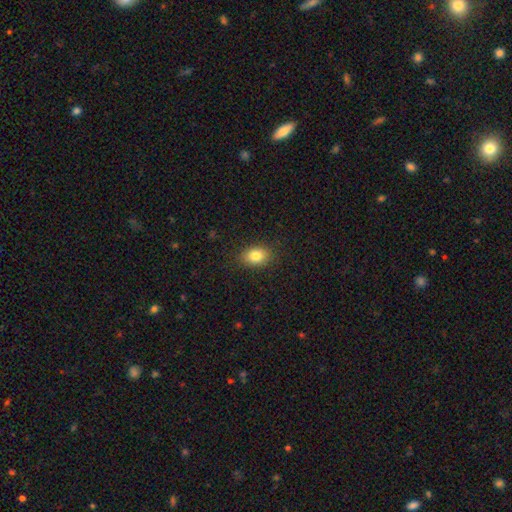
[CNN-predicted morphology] smooth 83%, star or artifact 9%, featured or disk 8%. Down the decision tree: how rounded — in between (73%); merging — none (87%).